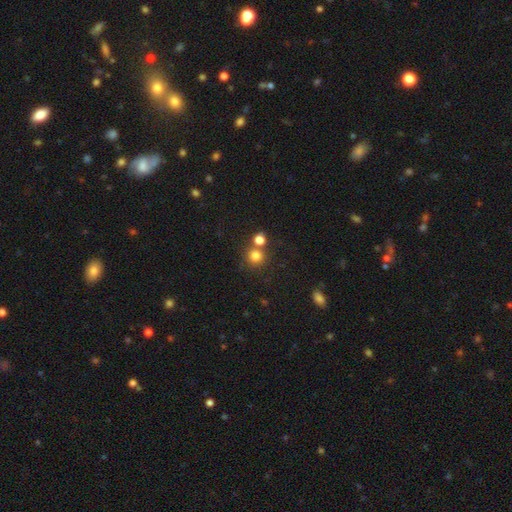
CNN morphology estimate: smooth_or_featured: smooth (p=0.79) [alt: star or artifact p=0.14]
how_rounded: round (p=0.91) [alt: in between p=0.08]
merging: none (p=0.65) [alt: merger p=0.25]